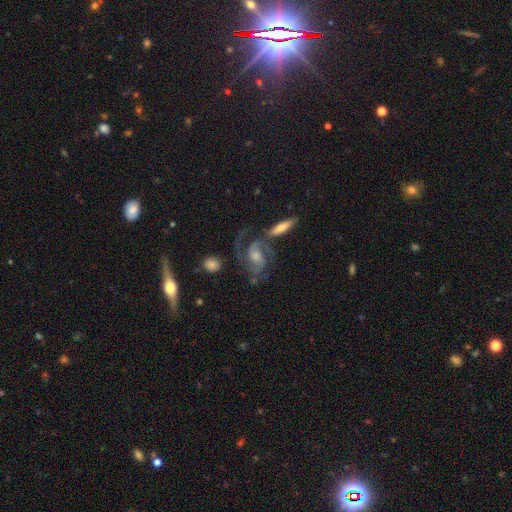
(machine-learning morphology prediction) The model was most divided on "bulge size": moderate: 48%, small: 39%, large: 7%, none: 5%, dominant: 2%. More confident: spiral arms — yes (97%); edge-on disk — no (93%); smooth or featured — featured or disk (88%); spiral arm count — 2 (77%); merging — none (60%); bar — no (51%); spiral winding — medium (50%).